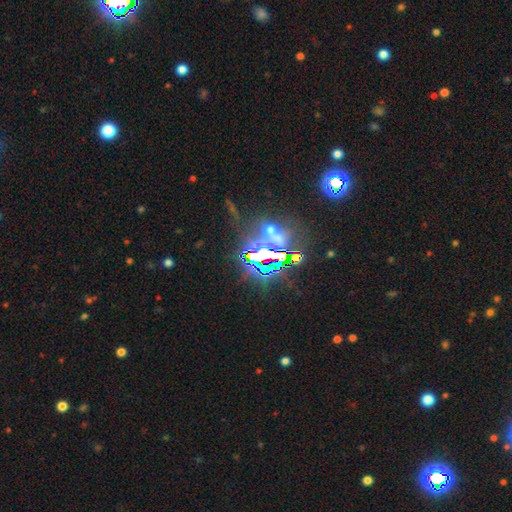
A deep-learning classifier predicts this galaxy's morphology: A star or artifact, not a galaxy (77%).

Vote fractions:
- Smooth or featured? star or artifact: 77% / smooth: 13% / featured or disk: 10%